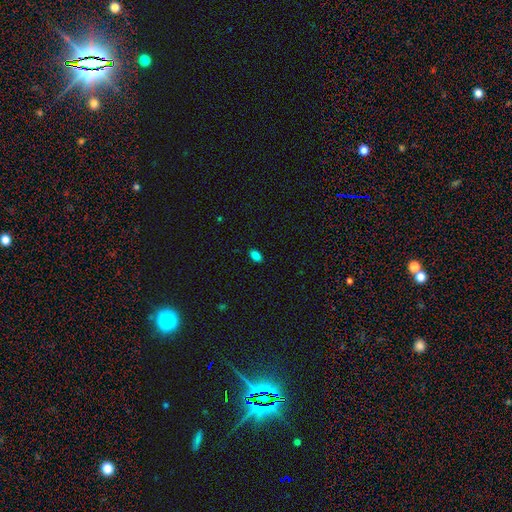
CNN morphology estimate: Smooth or featured? smooth (84%)
How rounded? in between (90%)
Merging? none (89%)